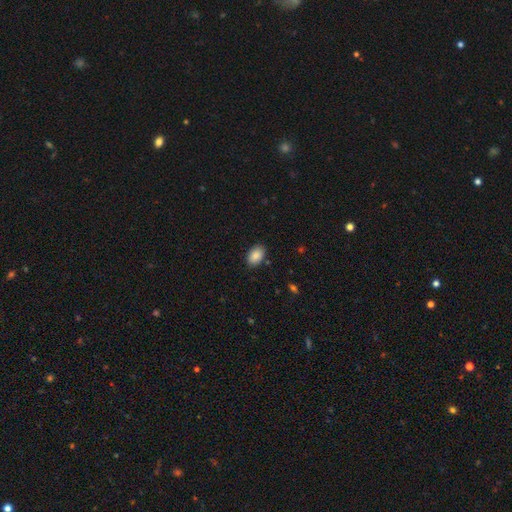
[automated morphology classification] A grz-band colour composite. It shows a smooth galaxy with no disk features (89%) that is in between round and cigar-shaped (88%). Merging: none (86%).